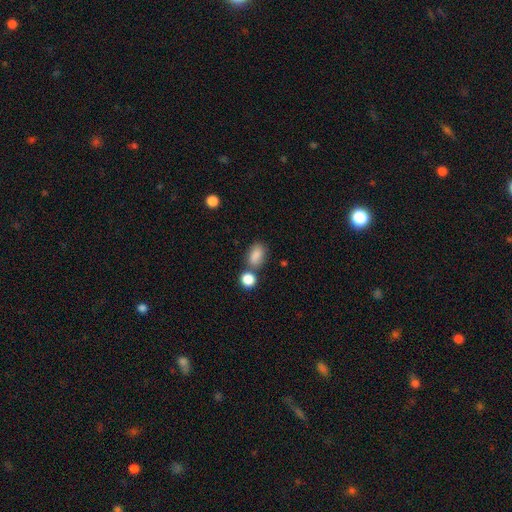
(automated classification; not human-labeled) A smooth galaxy with no disk features (85%) that is in between round and cigar-shaped (81%).

Vote fractions:
- Smooth or featured? smooth: 85% / star or artifact: 9% / featured or disk: 6%
- How rounded? in between: 81% / round: 17% / cigar-shaped: 2%
- Merging? none: 58% / merger: 21% / minor disturbance: 16% / major disturbance: 5%